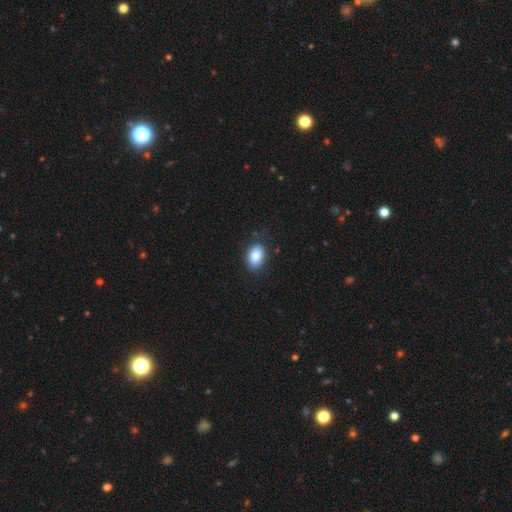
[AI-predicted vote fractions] smooth 87%, star or artifact 8%, featured or disk 5%. Down the decision tree: how rounded — in between (84%); merging — none (79%).